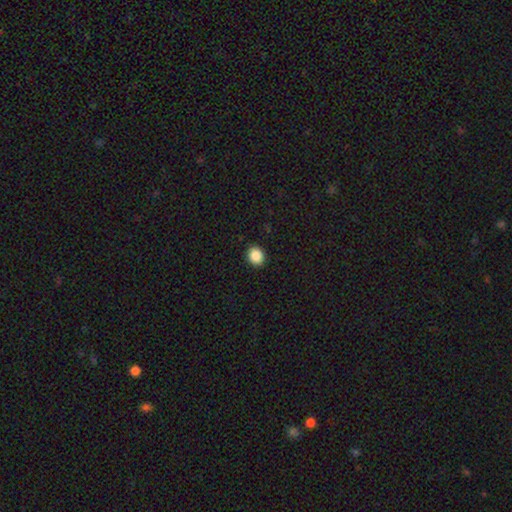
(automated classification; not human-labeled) This is clearly a smooth galaxy (87%). How rounded: likely round (67%). Merging: clearly none (91%).